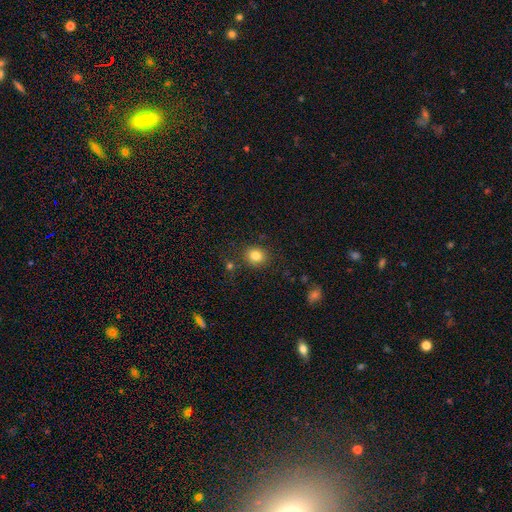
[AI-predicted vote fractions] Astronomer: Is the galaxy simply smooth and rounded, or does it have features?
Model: smooth — 82%.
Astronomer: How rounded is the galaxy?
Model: round — 73%.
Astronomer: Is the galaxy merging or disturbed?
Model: none — 84%.